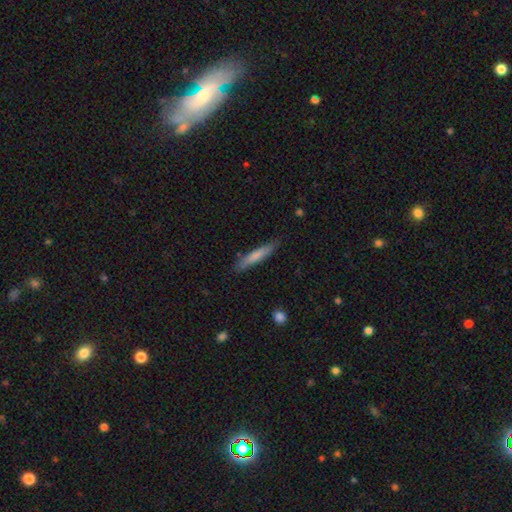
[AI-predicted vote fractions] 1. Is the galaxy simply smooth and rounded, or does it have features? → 74% smooth, 20% featured or disk, 6% star or artifact.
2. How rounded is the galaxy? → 92% cigar-shaped, 7% in between, 1% round.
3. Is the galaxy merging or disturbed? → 85% none, 11% minor disturbance, 2% major disturbance, 1% merger.